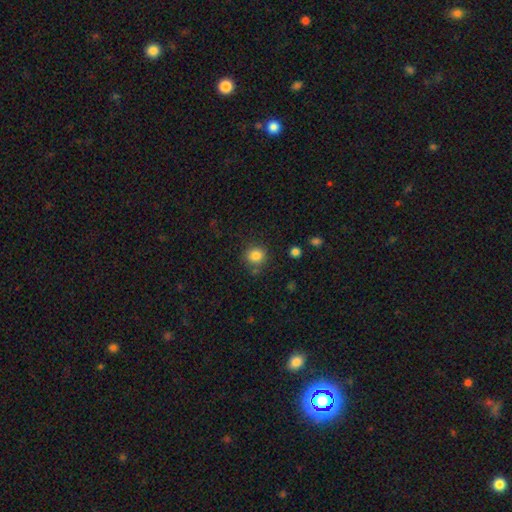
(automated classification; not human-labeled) Q: Smooth or featured?
A: smooth (84%); runner-up: star or artifact (11%)
Q: How rounded?
A: round (88%); runner-up: in between (11%)
Q: Merging?
A: none (80%); runner-up: minor disturbance (11%)